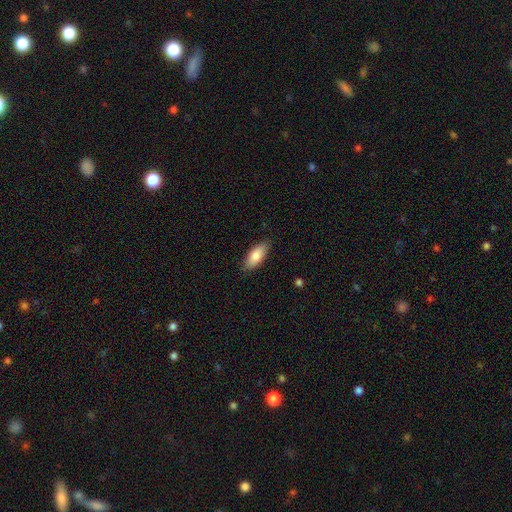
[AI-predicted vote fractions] smooth_or_featured: smooth (p=0.83) [alt: featured or disk p=0.11]
how_rounded: in between (p=0.81) [alt: cigar-shaped p=0.17]
merging: none (p=0.85) [alt: minor disturbance p=0.12]